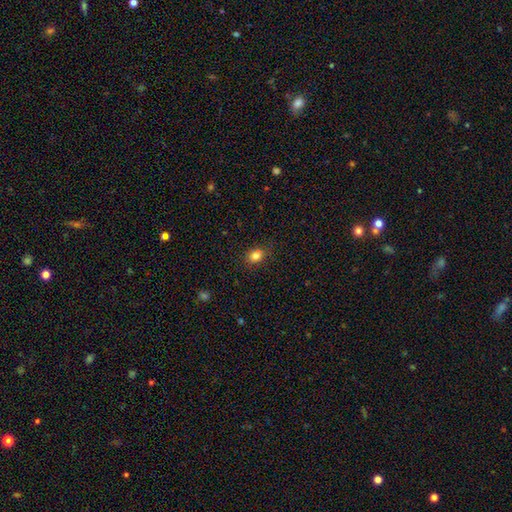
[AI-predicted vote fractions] This appears to be a smooth galaxy with no disk features (82%) that is in between round and cigar-shaped (58%). Merging: none (84%).